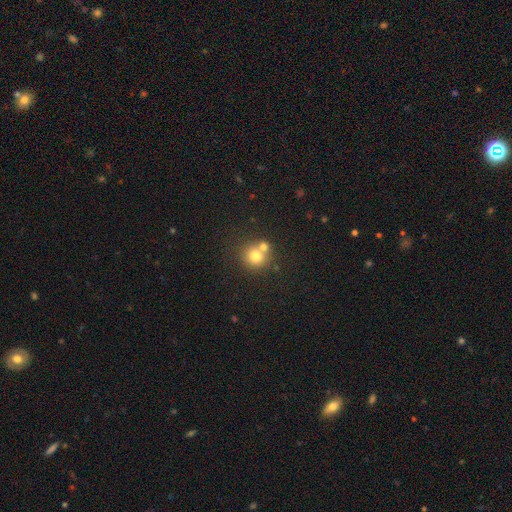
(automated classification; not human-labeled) smooth 76%, star or artifact 12%, featured or disk 12%. Down the decision tree: how rounded — round (87%); merging — none (52%).